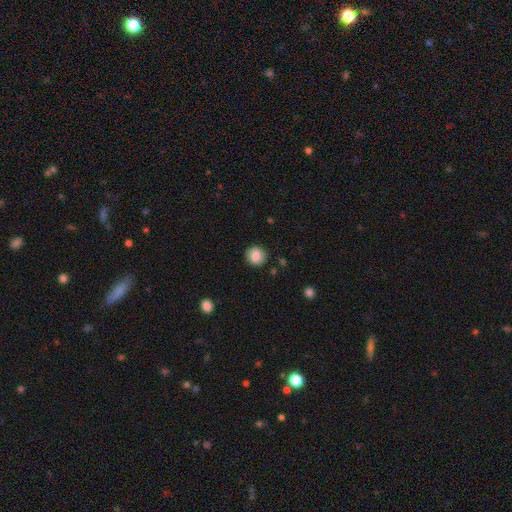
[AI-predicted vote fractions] The model was most divided on "smooth or featured": smooth: 79%, featured or disk: 13%, star or artifact: 9%. More confident: merging — none (85%); how rounded — round (84%).